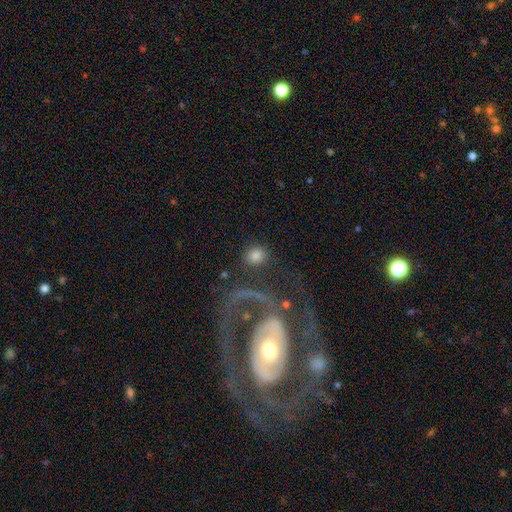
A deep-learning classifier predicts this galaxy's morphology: Smooth or featured: smooth — 79% (featured or disk — 11%)
How rounded: round — 65% (in between — 33%)
Merging: none — 78% (minor disturbance — 10%)